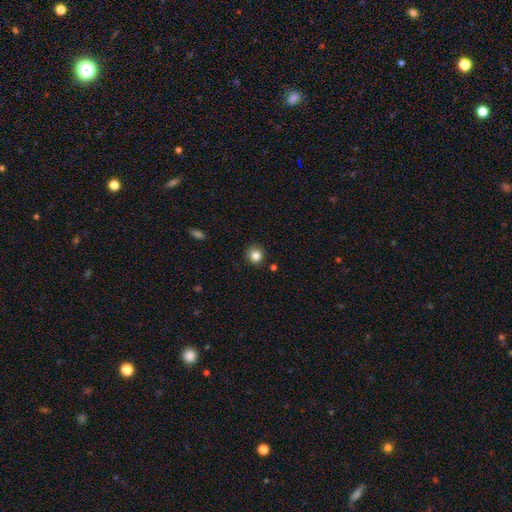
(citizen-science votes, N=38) Smooth or featured? smooth (84%)
How rounded? round (100%)
Merging? none (94%)